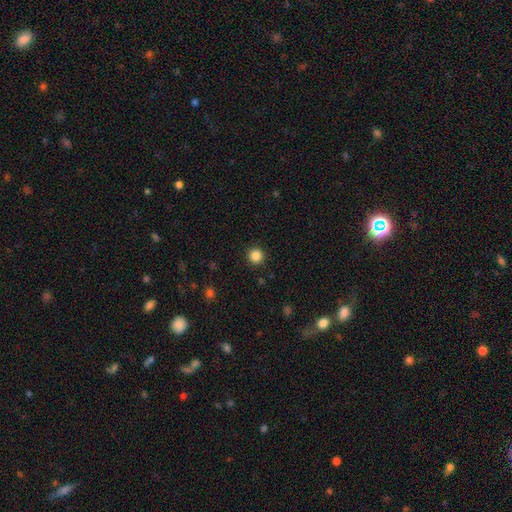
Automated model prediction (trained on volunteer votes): A smooth galaxy with no disk features (85%) that is round (95%).

Vote fractions:
- Smooth or featured? smooth: 85% / star or artifact: 11% / featured or disk: 3%
- How rounded? round: 95% / in between: 4% / cigar-shaped: 1%
- Merging? none: 92% / minor disturbance: 5% / major disturbance: 2% / merger: 1%